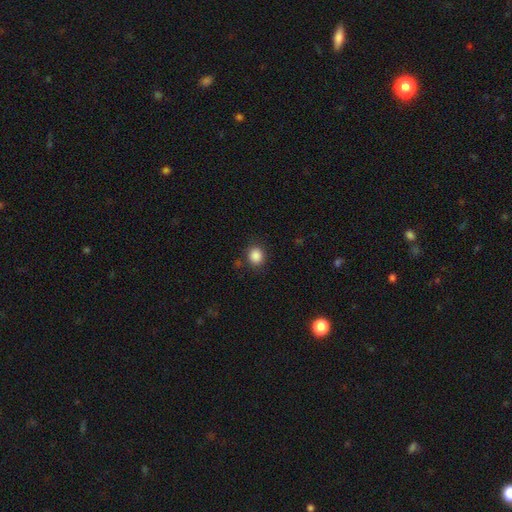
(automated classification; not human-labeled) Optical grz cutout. It shows a smooth galaxy with no disk features (87%) that is round (83%). Merging: none (86%).